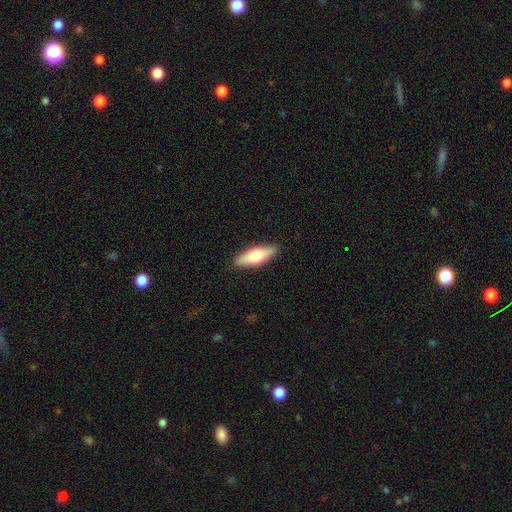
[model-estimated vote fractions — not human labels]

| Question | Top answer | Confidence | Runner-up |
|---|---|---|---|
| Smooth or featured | smooth | 62% | featured or disk (32%) |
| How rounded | in between | 56% | cigar-shaped (42%) |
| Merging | none | 89% | minor disturbance (9%) |